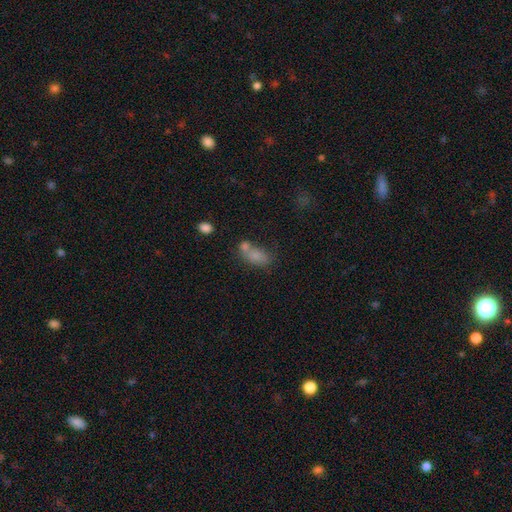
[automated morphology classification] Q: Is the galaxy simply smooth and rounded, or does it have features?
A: smooth — 76%.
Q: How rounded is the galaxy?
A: in between — 84%.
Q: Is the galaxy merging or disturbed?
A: merger — 45%.